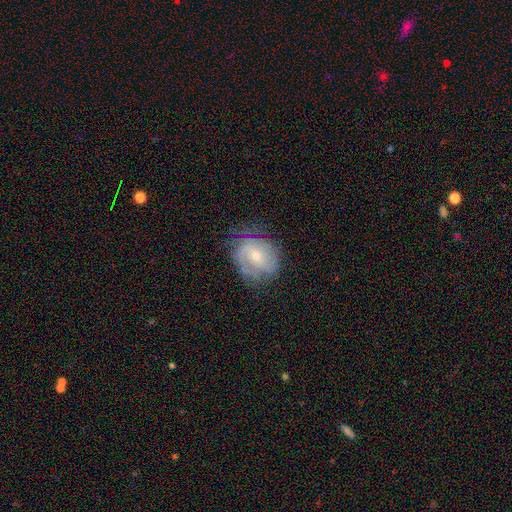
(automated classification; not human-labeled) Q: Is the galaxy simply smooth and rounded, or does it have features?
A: featured or disk — 67%.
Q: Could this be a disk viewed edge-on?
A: no — 97%.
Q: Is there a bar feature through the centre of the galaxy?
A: no — 56%.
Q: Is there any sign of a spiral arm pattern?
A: yes — 84%.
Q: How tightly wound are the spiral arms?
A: tight — 47%.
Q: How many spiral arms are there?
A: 2 — 42%.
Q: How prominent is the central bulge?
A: small — 49%.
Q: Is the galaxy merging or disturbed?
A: none — 61%.